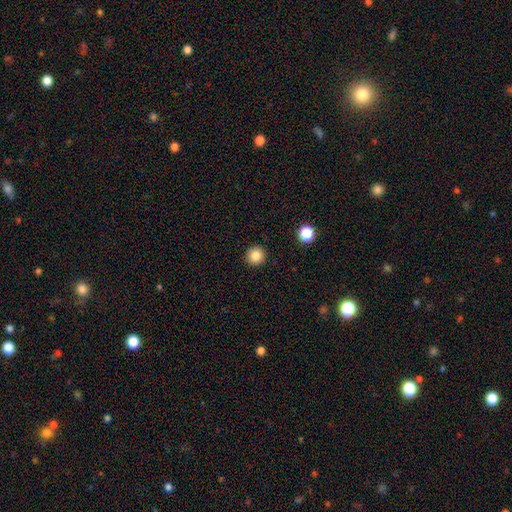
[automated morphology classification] Overall: smooth (84%). How rounded: round (94%). Merging: none (92%).